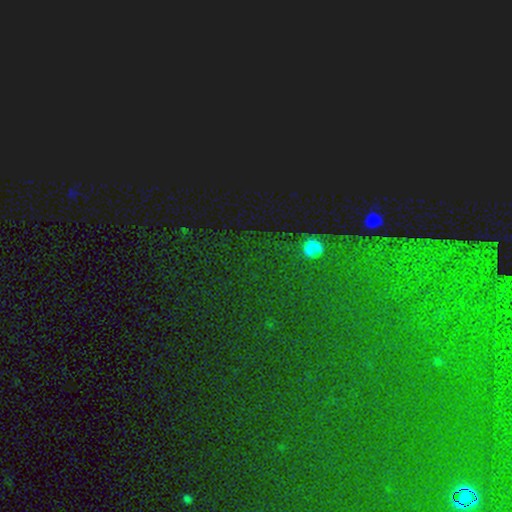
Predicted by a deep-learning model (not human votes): star or artifact 82%, smooth 10%, featured or disk 8%.